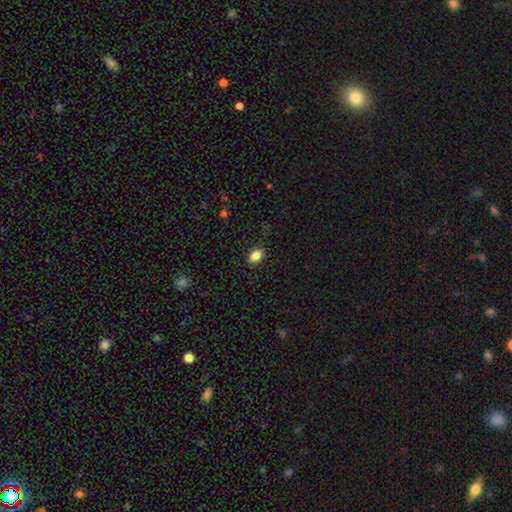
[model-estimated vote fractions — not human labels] Smooth or featured: smooth — 85% (star or artifact — 9%)
How rounded: in between — 85% (round — 13%)
Merging: none — 86% (minor disturbance — 10%)